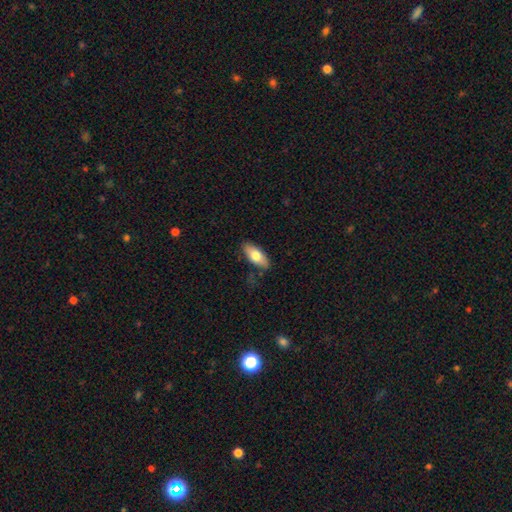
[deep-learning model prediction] Smooth or featured? Predicted: smooth (p=0.74). How rounded? Predicted: in between (p=0.82). Merging? Predicted: none (p=0.83).